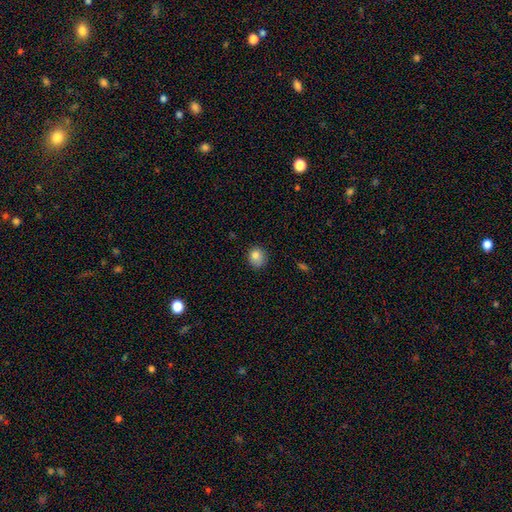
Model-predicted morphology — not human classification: Smooth or featured? Predicted: smooth (p=0.83). How rounded? Predicted: round (p=0.79). Merging? Predicted: none (p=0.75).